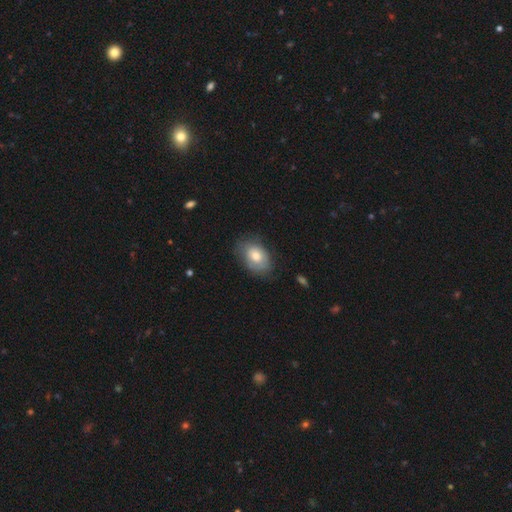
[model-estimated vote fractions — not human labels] Smooth or featured? smooth (69%)
How rounded? in between (83%)
Merging? none (69%)